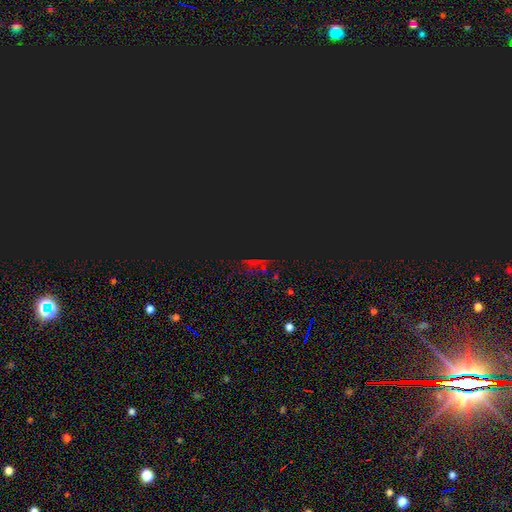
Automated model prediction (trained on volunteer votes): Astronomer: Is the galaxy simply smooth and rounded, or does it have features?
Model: star or artifact — 80%.